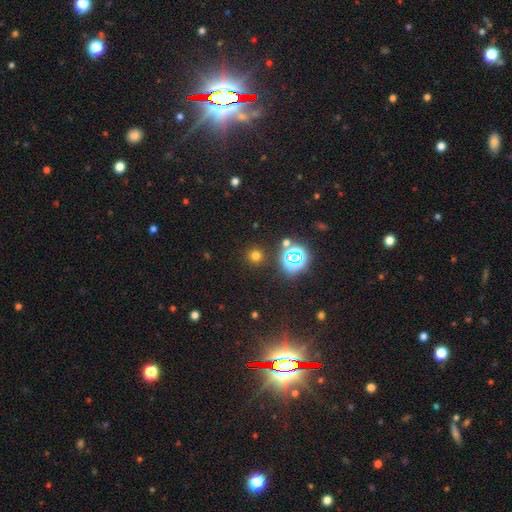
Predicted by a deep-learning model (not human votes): smooth_or_featured: smooth (p=0.67) [alt: star or artifact p=0.28]
how_rounded: round (p=0.93) [alt: in between p=0.06]
merging: none (p=0.88) [alt: minor disturbance p=0.06]